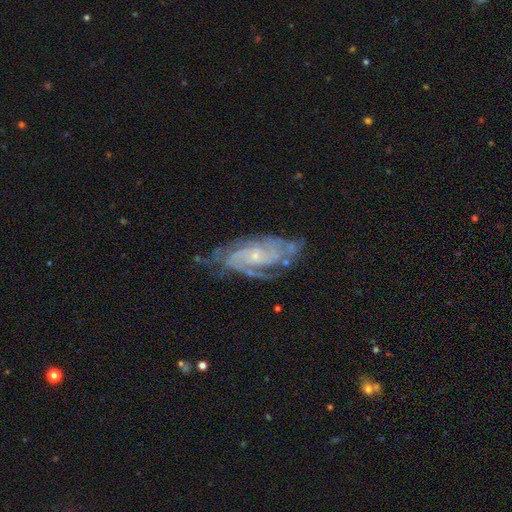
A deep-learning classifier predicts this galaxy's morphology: Smooth or featured? Predicted: featured or disk (p=0.87). Edge-on disk? Predicted: no (p=0.95). Bar? Predicted: no (p=0.63). Spiral arms? Predicted: yes (p=0.96). Spiral winding? Predicted: tight (p=0.56). Spiral arm count? Predicted: 2 (p=0.35). Bulge size? Predicted: small (p=0.74). Merging? Predicted: none (p=0.65).